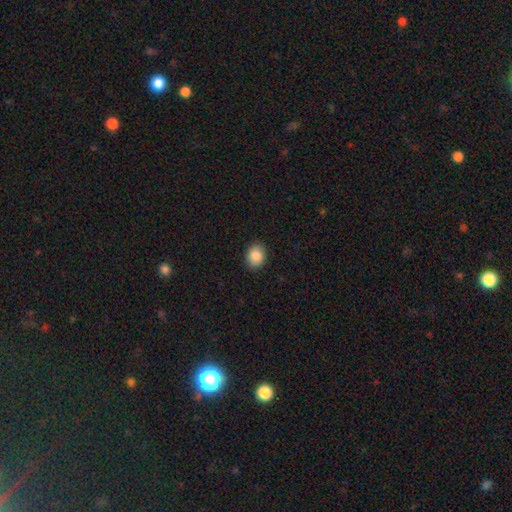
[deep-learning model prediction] Smooth or featured: smooth — 88% (star or artifact — 8%)
How rounded: in between — 51% (round — 48%)
Merging: none — 89% (minor disturbance — 8%)